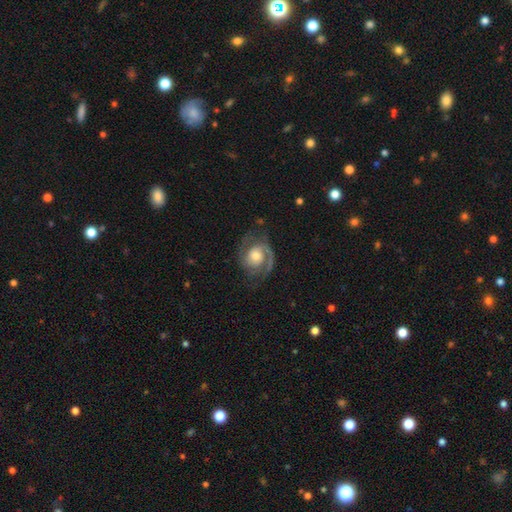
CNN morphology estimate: The model was most divided on "spiral winding" (2-way tie): medium: 43%, tight: 43%, loose: 14%. More confident: edge-on disk — no (98%); spiral arms — yes (95%); smooth or featured — featured or disk (83%); spiral arm count — 2 (71%); bar — no (71%); merging — none (68%); bulge size — moderate (58%).